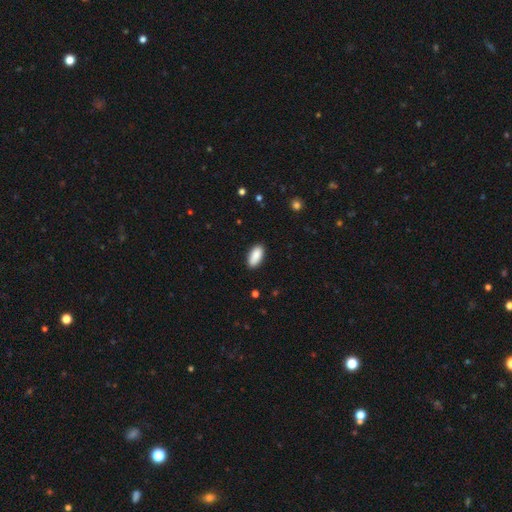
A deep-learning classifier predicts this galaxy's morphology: Smooth or featured?
  - smooth: 90% *
  - star or artifact: 6%
  - featured or disk: 4%
How rounded?
  - in between: 92% *
  - cigar-shaped: 6%
  - round: 2%
Merging?
  - none: 88% *
  - minor disturbance: 9%
  - major disturbance: 2%
  - merger: 1%